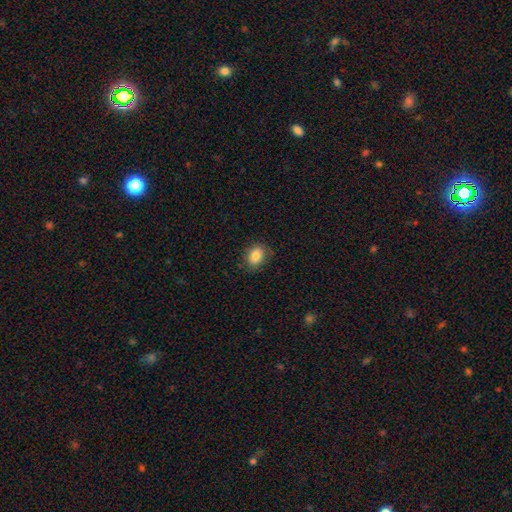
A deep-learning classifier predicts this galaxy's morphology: This is clearly a smooth galaxy (84%). How rounded: likely in between (61%). Merging: clearly none (81%).